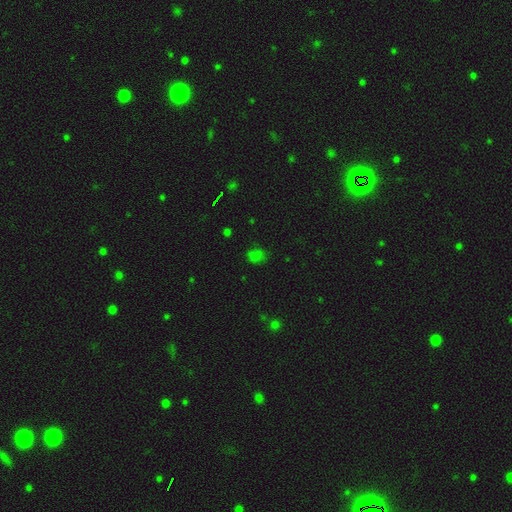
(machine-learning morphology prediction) Q: Smooth or featured?
A: smooth (65%); runner-up: star or artifact (29%)
Q: How rounded?
A: in between (52%); runner-up: round (46%)
Q: Merging?
A: none (69%); runner-up: minor disturbance (21%)